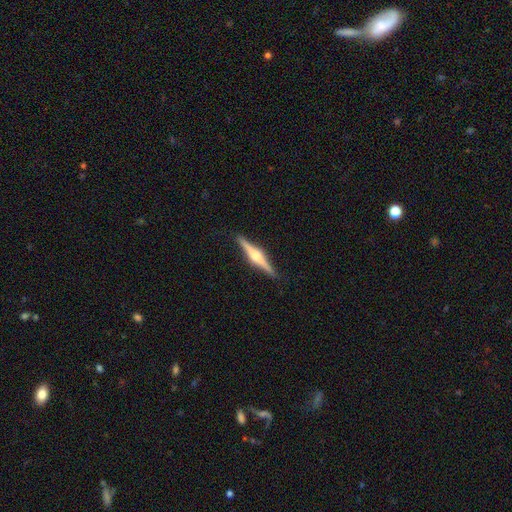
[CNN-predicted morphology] Q: Smooth or featured?
A: featured or disk (78%); runner-up: smooth (17%)
Q: Edge-on disk?
A: yes (98%); runner-up: no (2%)
Q: Edge-on bulge?
A: rounded (90%); runner-up: boxy (7%)
Q: Merging?
A: none (91%); runner-up: minor disturbance (7%)